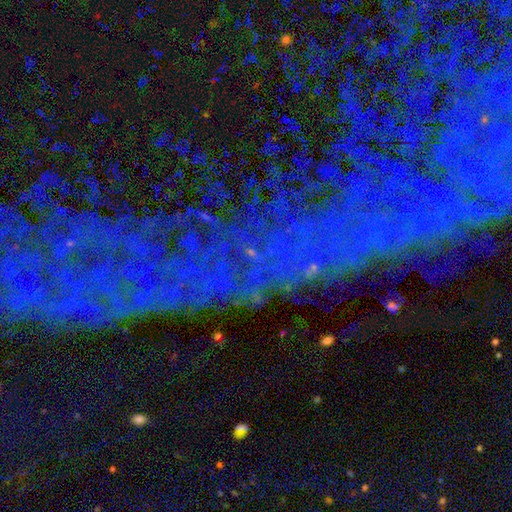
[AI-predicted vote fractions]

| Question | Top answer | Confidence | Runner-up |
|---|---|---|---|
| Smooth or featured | star or artifact | 77% | featured or disk (13%) |